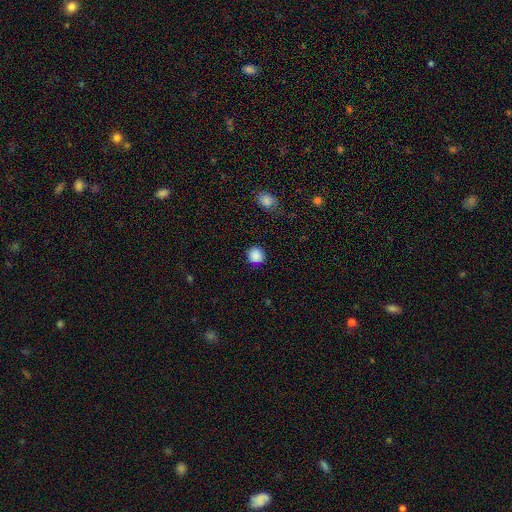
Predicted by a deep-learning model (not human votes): A smooth galaxy with no disk features (88%) that is round (92%).

Vote fractions:
- Smooth or featured? smooth: 88% / star or artifact: 10% / featured or disk: 3%
- How rounded? round: 92% / in between: 7% / cigar-shaped: 1%
- Merging? none: 89% / minor disturbance: 7% / major disturbance: 2% / merger: 1%